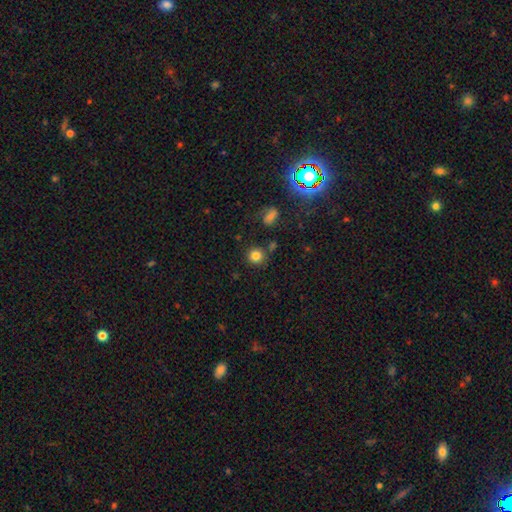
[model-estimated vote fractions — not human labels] smooth_or_featured: smooth (p=0.80) [alt: star or artifact p=0.13]
how_rounded: round (p=0.91) [alt: in between p=0.08]
merging: none (p=0.82) [alt: minor disturbance p=0.09]